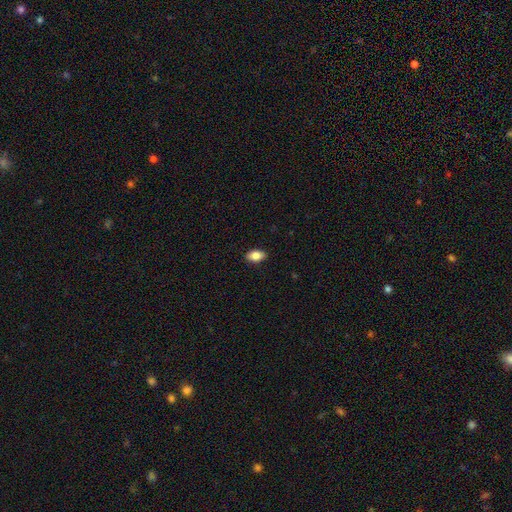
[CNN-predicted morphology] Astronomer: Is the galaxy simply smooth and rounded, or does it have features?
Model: smooth — 87%.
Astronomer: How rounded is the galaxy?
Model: in between — 91%.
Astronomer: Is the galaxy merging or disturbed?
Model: none — 88%.